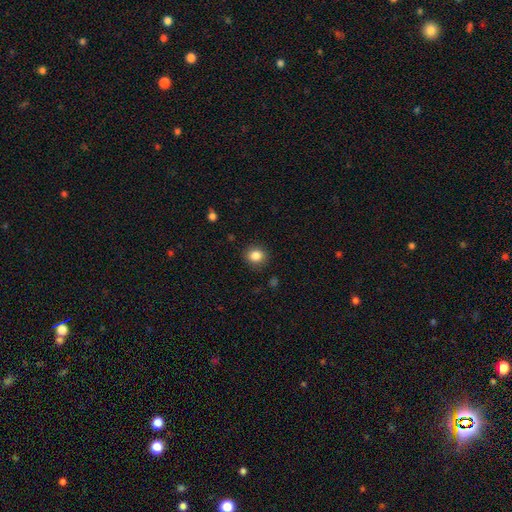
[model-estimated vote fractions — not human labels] A smooth galaxy with no disk features (85%) that is round (75%). Merging: none (87%).